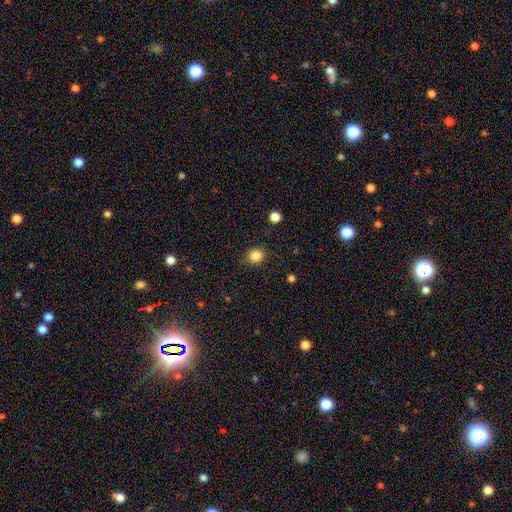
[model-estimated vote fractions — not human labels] Smooth or featured? smooth (84%)
How rounded? round (85%)
Merging? none (86%)